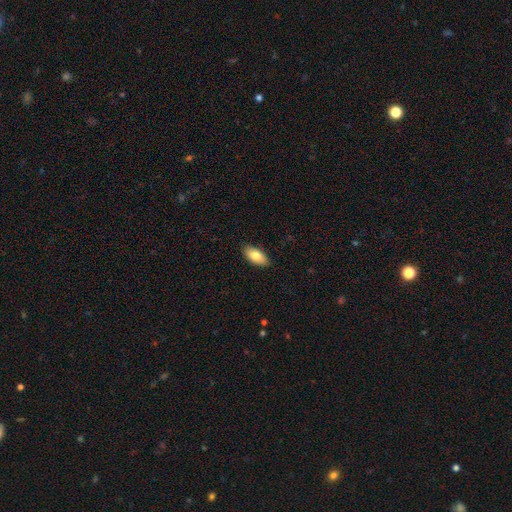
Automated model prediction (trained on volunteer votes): This appears to be a smooth galaxy with no disk features (79%) that is in between round and cigar-shaped (93%). Merging: none (88%).